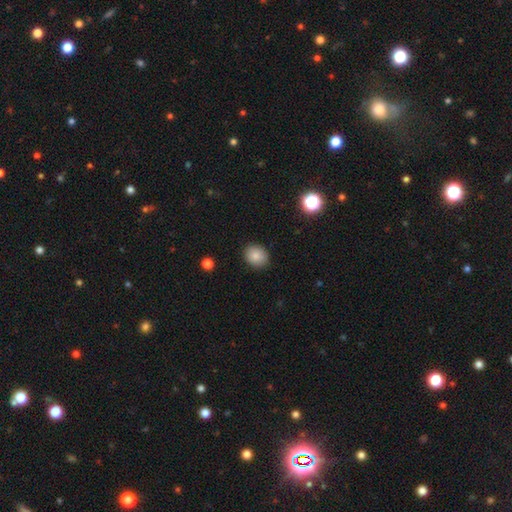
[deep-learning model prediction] smooth-or-featured: smooth: 85% | star or artifact: 9% | featured or disk: 6%
  how-rounded: round: 60% | in between: 40% | cigar-shaped: 1%
  merging: none: 88% | minor disturbance: 9% | major disturbance: 2% | merger: 1%